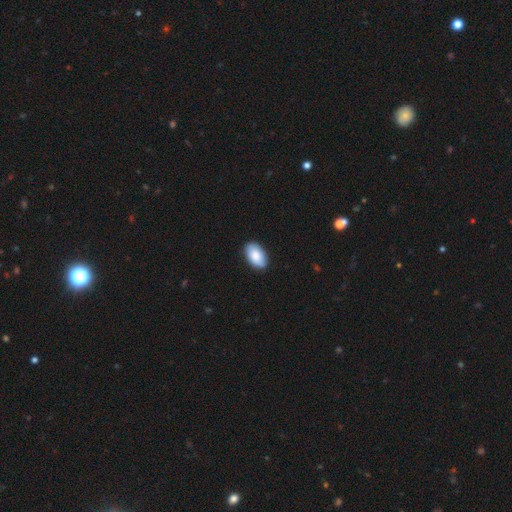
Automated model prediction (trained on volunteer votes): Morphology: type=smooth (85%); roundness=in between (95%); merging=none (87%).